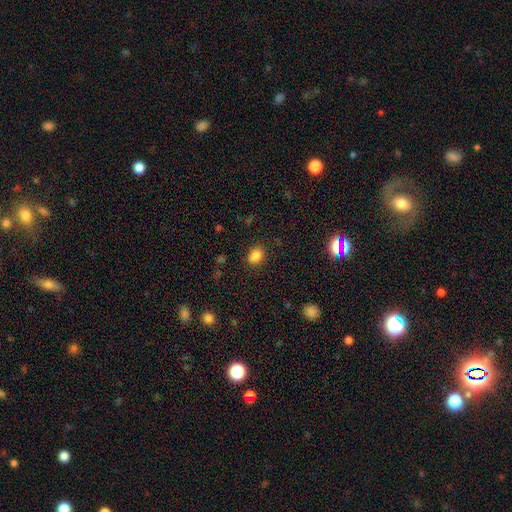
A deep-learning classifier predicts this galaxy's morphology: smooth-or-featured: smooth: 84% | star or artifact: 11% | featured or disk: 5%
  how-rounded: in between: 61% | round: 38% | cigar-shaped: 1%
  merging: none: 80% | minor disturbance: 14% | major disturbance: 4% | merger: 2%